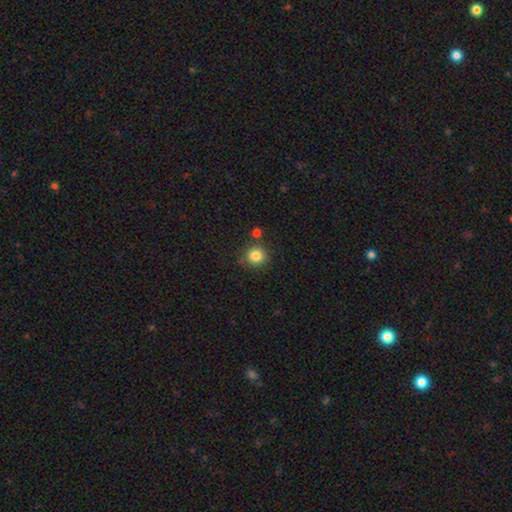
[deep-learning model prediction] Smooth or featured? Predicted: smooth (p=0.84). How rounded? Predicted: round (p=0.92). Merging? Predicted: none (p=0.80).